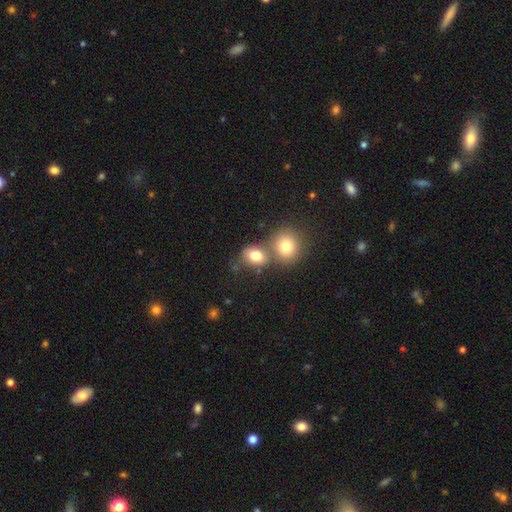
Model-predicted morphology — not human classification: Smooth or featured: smooth — 80% (star or artifact — 10%)
How rounded: in between — 53% (round — 46%)
Merging: none — 44% (merger — 42%)